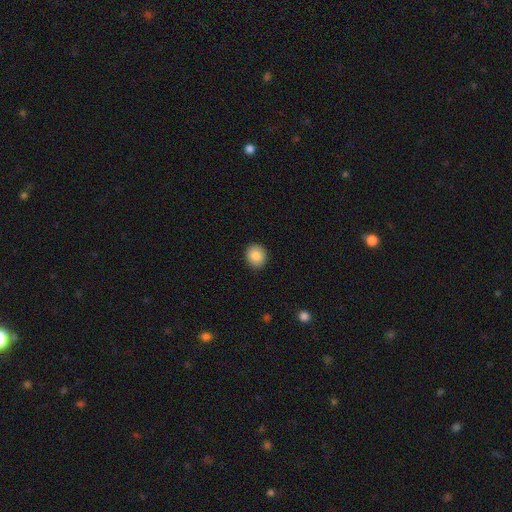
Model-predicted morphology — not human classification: This is clearly a smooth galaxy (86%). How rounded: likely round (73%). Merging: clearly none (90%).